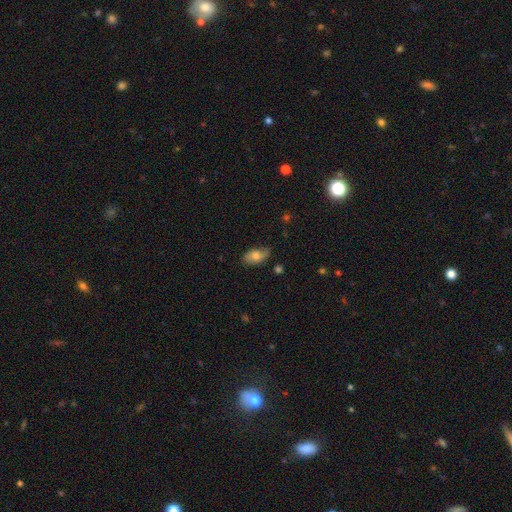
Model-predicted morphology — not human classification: Smooth or featured? smooth (67%)
How rounded? in between (91%)
Merging? none (66%)